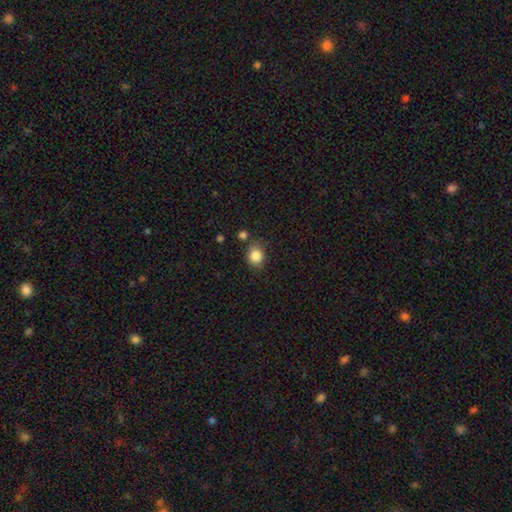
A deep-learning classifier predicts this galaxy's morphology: The model was most divided on "how rounded": round: 61%, in between: 38%, cigar-shaped: 1%. More confident: smooth or featured — smooth (85%); merging — none (75%).